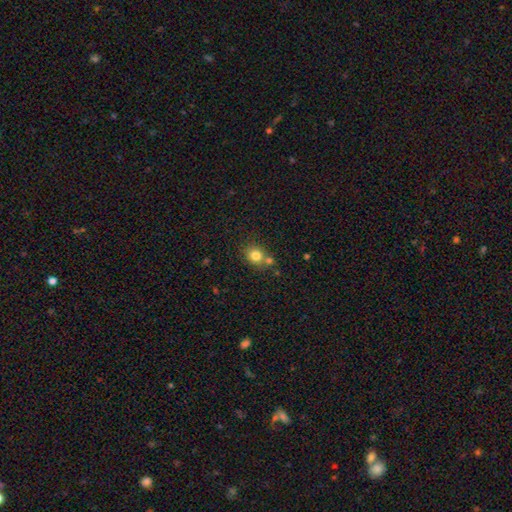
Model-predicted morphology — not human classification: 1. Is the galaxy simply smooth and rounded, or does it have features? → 80% smooth, 12% star or artifact, 8% featured or disk.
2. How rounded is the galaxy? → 75% round, 24% in between, 1% cigar-shaped.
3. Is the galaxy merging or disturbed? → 62% none, 24% merger, 11% minor disturbance, 3% major disturbance.